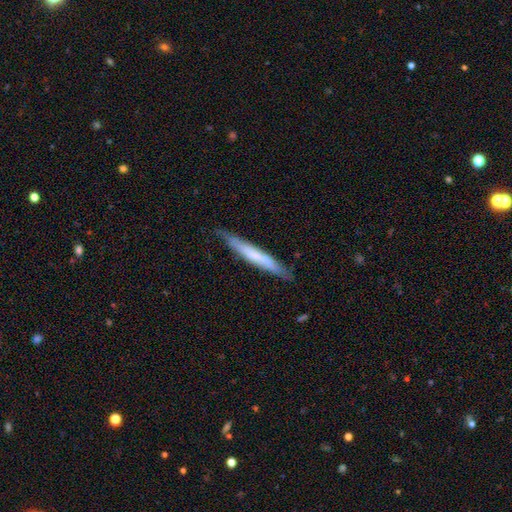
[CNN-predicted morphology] This appears to be a smooth galaxy with no disk features (55%) that is cigar-shaped (95%). Merging: none (82%).